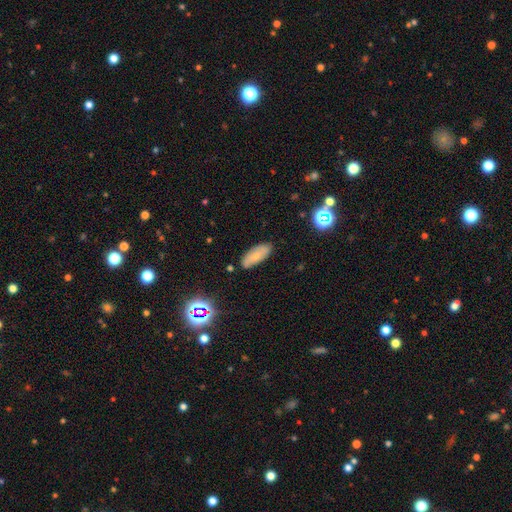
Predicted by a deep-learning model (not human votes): This appears to be a smooth galaxy with no disk features (65%) that is in between round and cigar-shaped (80%). Merging: none (80%).